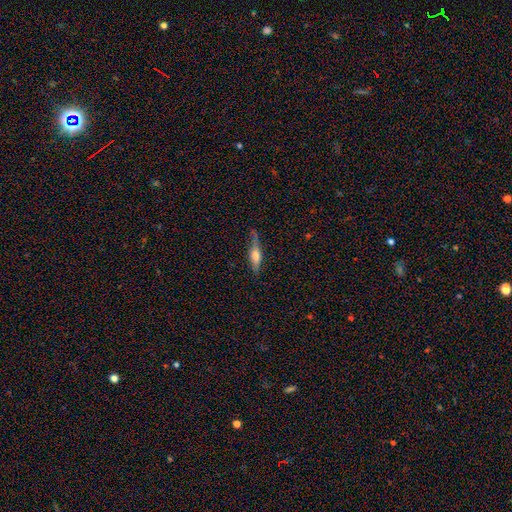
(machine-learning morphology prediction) Smooth or featured? smooth (48%)
Merging? none (65%)